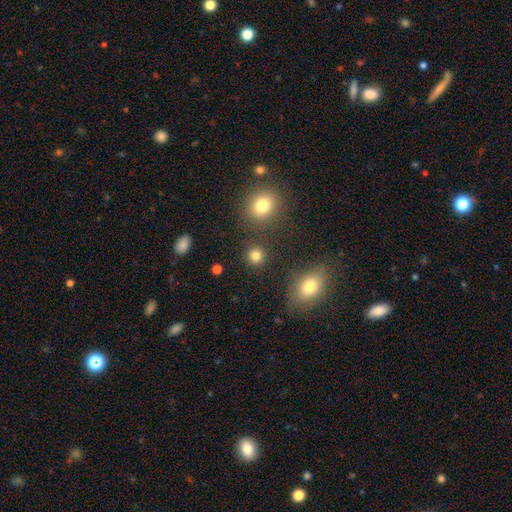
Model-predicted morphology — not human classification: Overall: smooth (82%). How rounded: round (90%). Merging: none (88%).